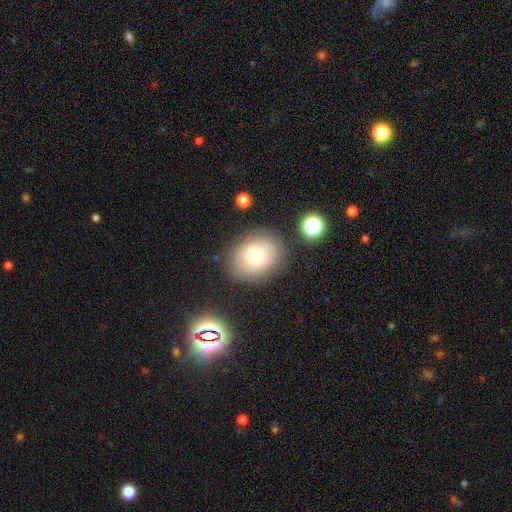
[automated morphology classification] Smooth or featured: smooth — 51% (featured or disk — 38%)
How rounded: round — 56% (in between — 44%)
Merging: none — 78% (minor disturbance — 14%)